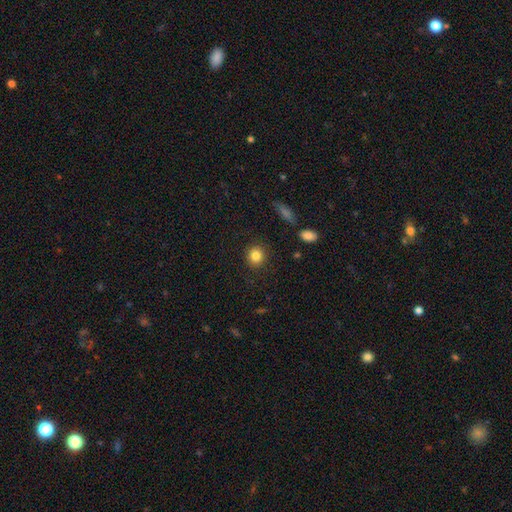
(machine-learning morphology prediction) smooth-or-featured: smooth: 85% | star or artifact: 10% | featured or disk: 6%
  how-rounded: round: 87% | in between: 12% | cigar-shaped: 1%
  merging: none: 89% | minor disturbance: 7% | major disturbance: 3% | merger: 1%